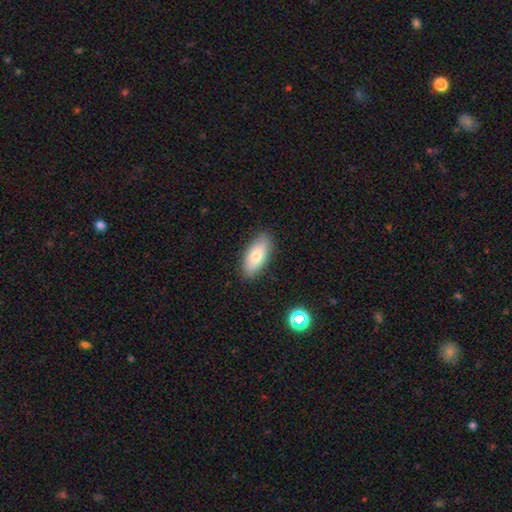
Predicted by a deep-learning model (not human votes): smooth_or_featured: smooth (p=0.75) [alt: featured or disk p=0.18]
how_rounded: in between (p=0.86) [alt: cigar-shaped p=0.12]
merging: none (p=0.88) [alt: minor disturbance p=0.09]